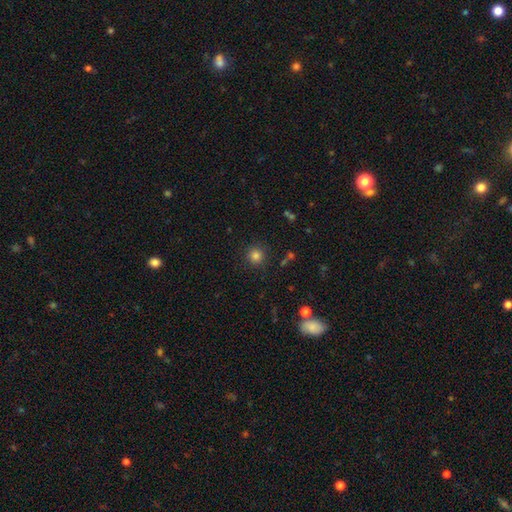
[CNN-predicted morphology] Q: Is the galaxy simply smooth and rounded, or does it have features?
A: smooth — 82%.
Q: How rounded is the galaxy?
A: round — 93%.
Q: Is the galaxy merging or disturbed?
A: none — 88%.